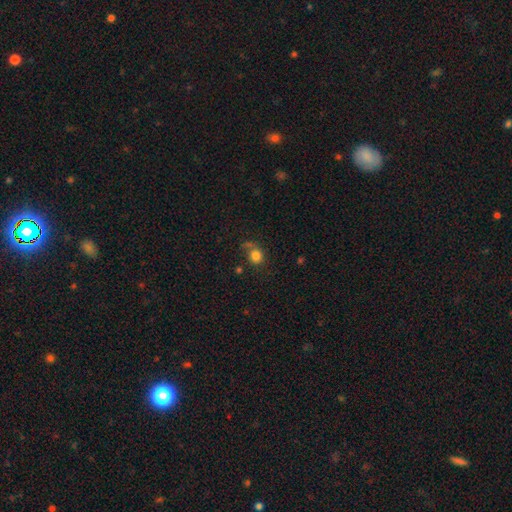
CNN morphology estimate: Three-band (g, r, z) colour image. It shows a smooth galaxy with no disk features (81%) that is round (83%). Merging: none (59%).